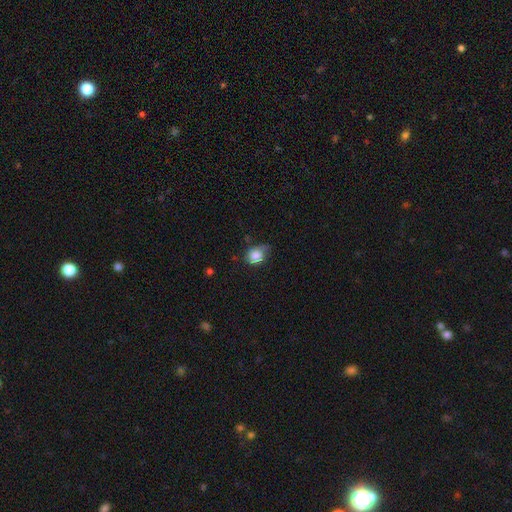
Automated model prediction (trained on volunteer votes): smooth-or-featured: smooth: 81% | featured or disk: 10% | star or artifact: 9%
  how-rounded: round: 62% | in between: 37% | cigar-shaped: 1%
  merging: none: 45% | minor disturbance: 40% | major disturbance: 12% | merger: 3%